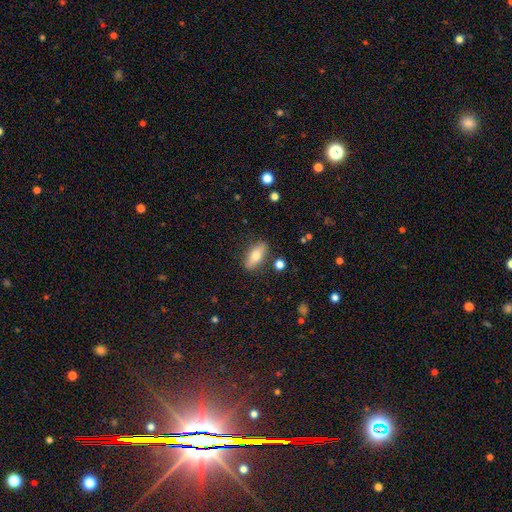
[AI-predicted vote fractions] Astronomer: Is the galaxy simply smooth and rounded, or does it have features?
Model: smooth — 72%.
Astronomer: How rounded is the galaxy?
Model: in between — 78%.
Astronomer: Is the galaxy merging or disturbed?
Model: none — 85%.